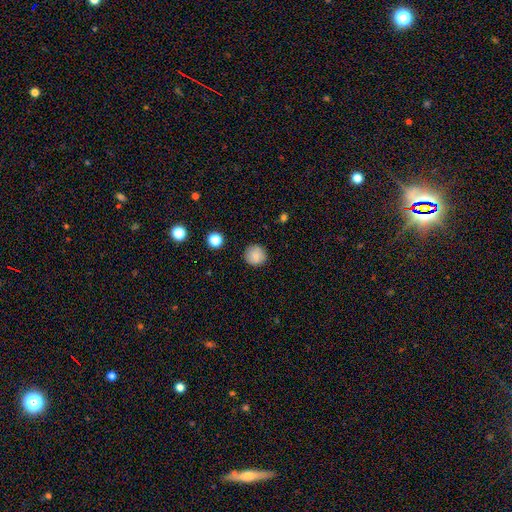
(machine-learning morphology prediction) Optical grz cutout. It shows a smooth galaxy with no disk features (85%) that is round (95%). Merging: none (90%).